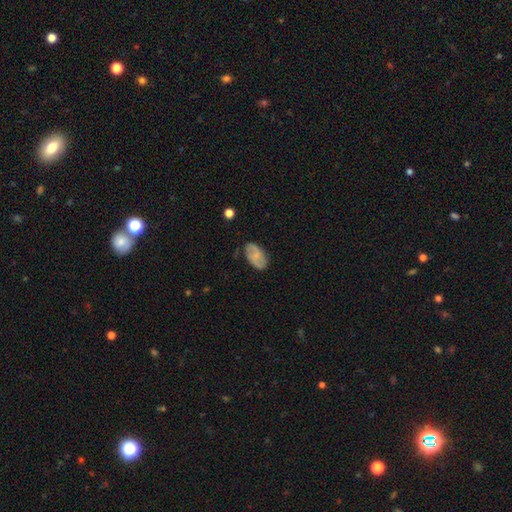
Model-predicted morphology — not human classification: smooth-or-featured: featured or disk: 50% | smooth: 43% | star or artifact: 8%
  merging: none: 74% | minor disturbance: 20% | major disturbance: 5% | merger: 2%